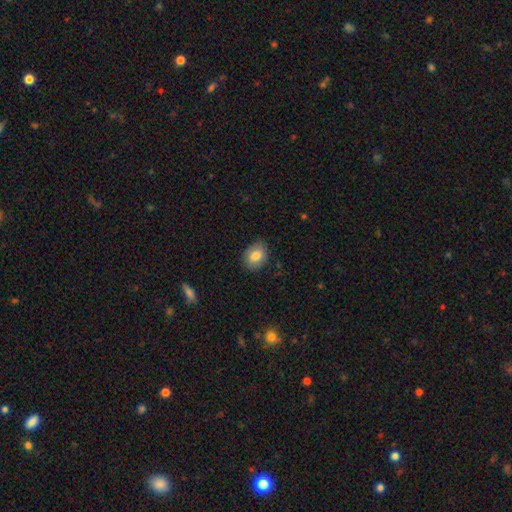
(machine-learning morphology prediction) Q: Smooth or featured?
A: smooth (83%); runner-up: featured or disk (9%)
Q: How rounded?
A: in between (60%); runner-up: round (39%)
Q: Merging?
A: none (81%); runner-up: minor disturbance (15%)